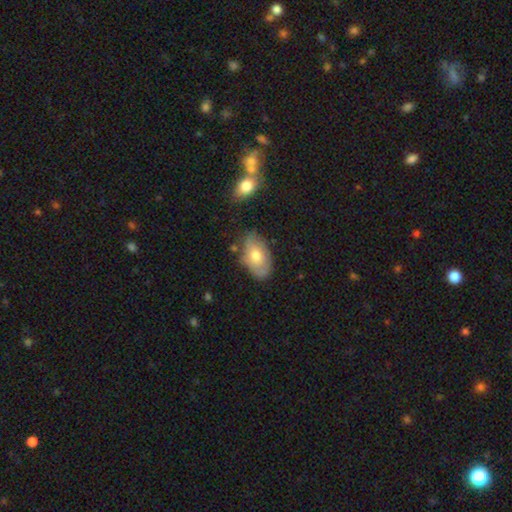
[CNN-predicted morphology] Overall: smooth (62%; featured or disk 32%). How rounded: in between (92%). Merging: none (69%).